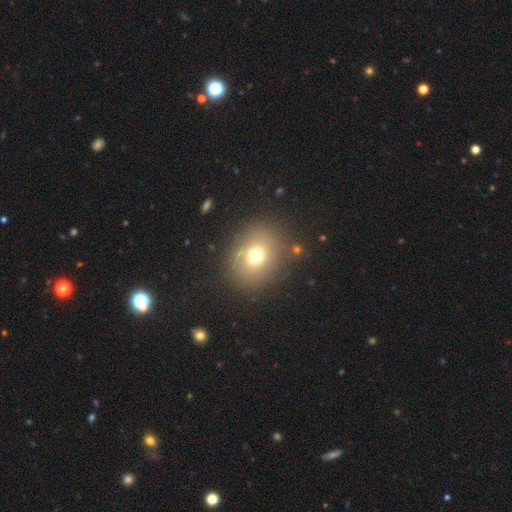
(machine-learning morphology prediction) smooth-or-featured: smooth: 68% | star or artifact: 17% | featured or disk: 15%
  how-rounded: round: 64% | in between: 35% | cigar-shaped: 1%
  merging: none: 81% | minor disturbance: 11% | major disturbance: 6% | merger: 3%